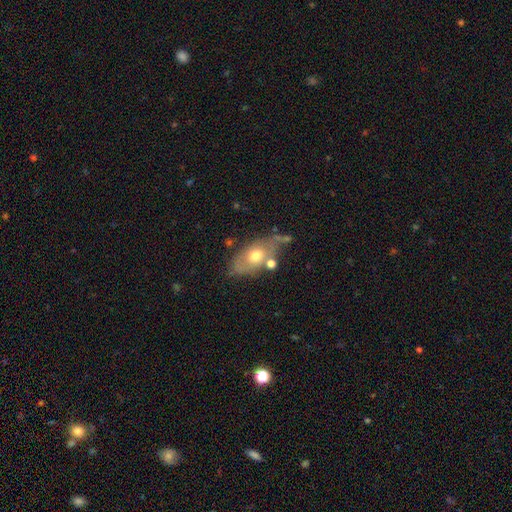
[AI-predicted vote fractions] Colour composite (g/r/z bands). It shows a smooth galaxy with no disk features (55%) that is in between round and cigar-shaped (85%). Merging: none (54%).